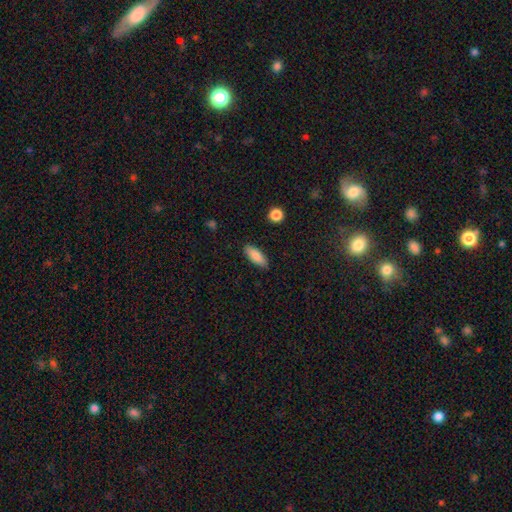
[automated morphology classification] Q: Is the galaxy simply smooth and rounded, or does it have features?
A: smooth — 85%.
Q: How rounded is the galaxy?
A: in between — 69%.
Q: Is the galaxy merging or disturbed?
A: none — 85%.